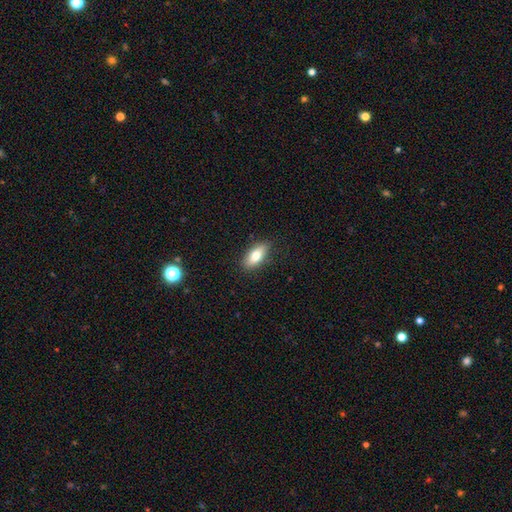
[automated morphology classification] Smooth or featured? smooth (77%)
How rounded? in between (83%)
Merging? none (85%)